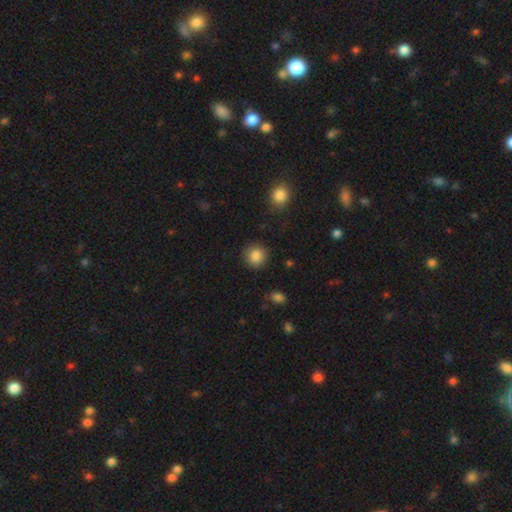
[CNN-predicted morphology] smooth 87%, star or artifact 9%, featured or disk 4%. Down the decision tree: how rounded — round (92%); merging — none (89%).